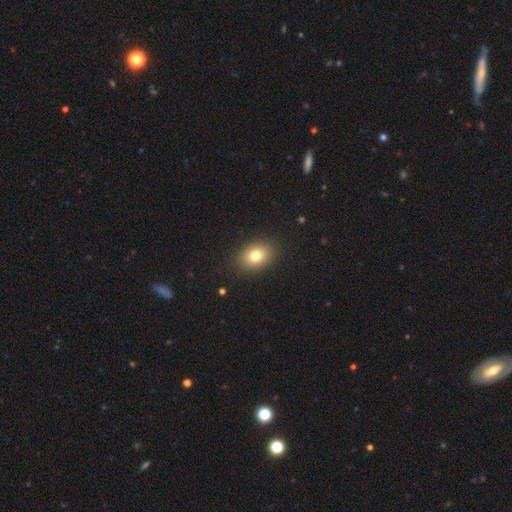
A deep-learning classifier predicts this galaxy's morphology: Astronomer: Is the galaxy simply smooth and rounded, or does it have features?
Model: smooth — 79%.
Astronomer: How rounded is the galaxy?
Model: in between — 68%.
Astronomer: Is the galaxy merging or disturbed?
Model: none — 88%.